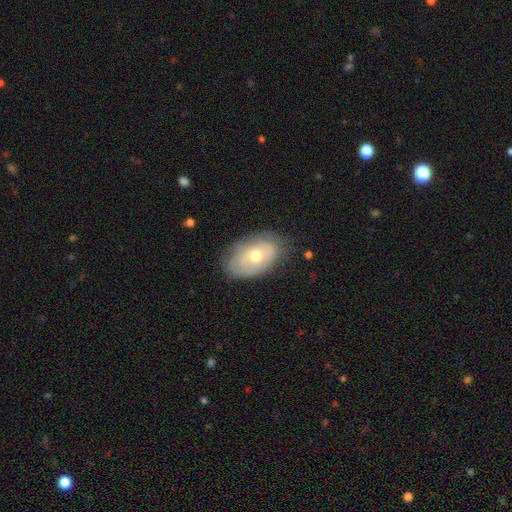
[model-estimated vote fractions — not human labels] The model was most divided on "smooth or featured": featured or disk: 49%, smooth: 45%, star or artifact: 7%. More confident: merging — none (72%).